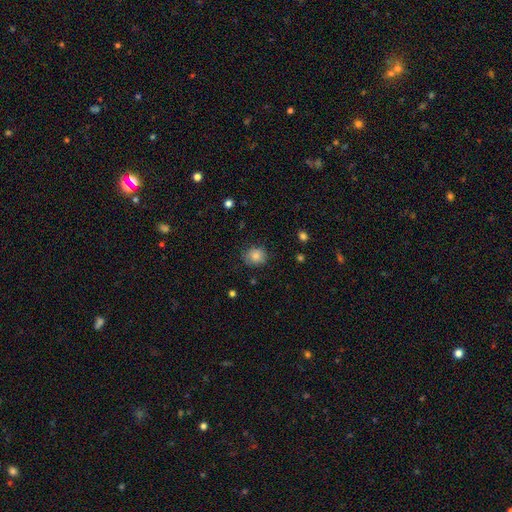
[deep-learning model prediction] The model was most divided on "how rounded": round: 75%, in between: 24%, cigar-shaped: 1%. More confident: smooth or featured — smooth (83%); merging — none (79%).